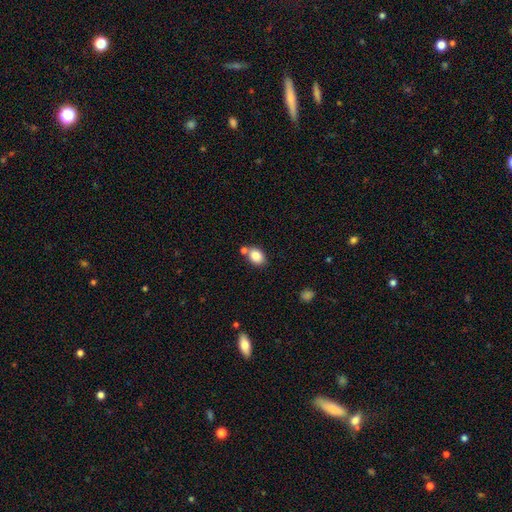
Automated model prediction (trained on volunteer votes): Q: Smooth or featured?
A: smooth (85%); runner-up: star or artifact (9%)
Q: How rounded?
A: in between (65%); runner-up: round (34%)
Q: Merging?
A: none (64%); runner-up: merger (20%)